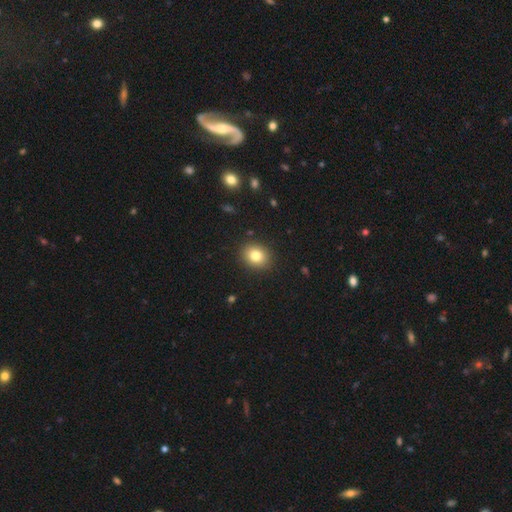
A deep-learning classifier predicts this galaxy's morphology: smooth_or_featured: smooth (p=0.81) [alt: star or artifact p=0.11]
how_rounded: round (p=0.61) [alt: in between p=0.38]
merging: none (p=0.89) [alt: minor disturbance p=0.07]